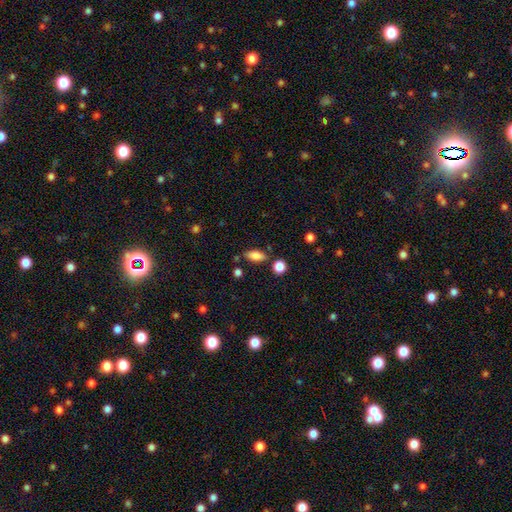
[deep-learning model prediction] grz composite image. It shows a smooth galaxy with no disk features (82%) that is in between round and cigar-shaped (81%). Merging: none (79%).